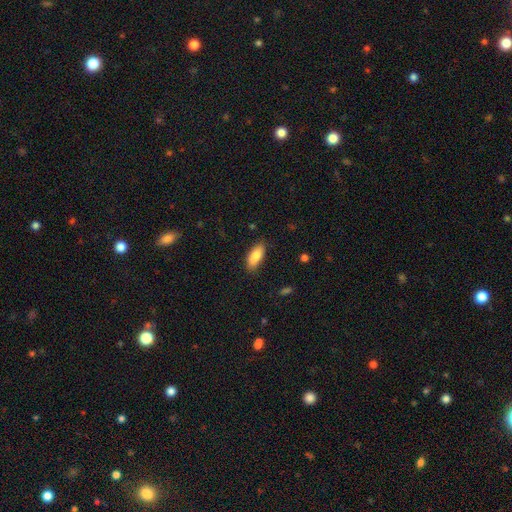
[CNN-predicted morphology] Smooth or featured? smooth (83%)
How rounded? in between (83%)
Merging? none (82%)